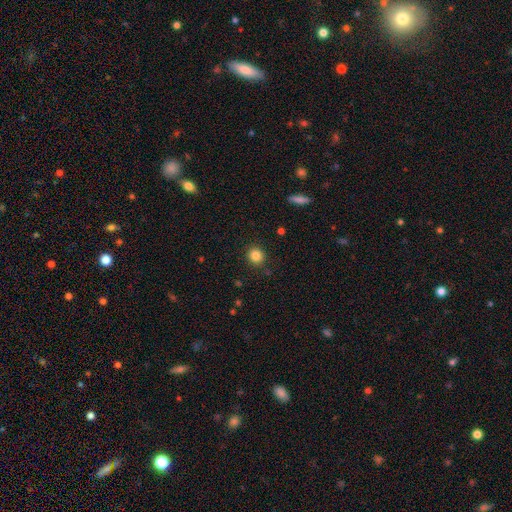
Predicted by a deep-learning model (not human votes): This appears to be a smooth galaxy with no disk features (84%) that is round (87%). Merging: none (90%).